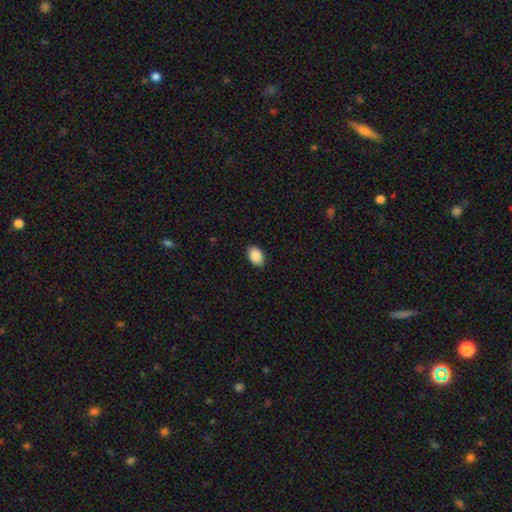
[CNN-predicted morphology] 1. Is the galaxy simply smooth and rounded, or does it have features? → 90% smooth, 7% star or artifact, 3% featured or disk.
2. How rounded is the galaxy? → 82% in between, 17% round, 1% cigar-shaped.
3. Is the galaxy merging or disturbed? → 88% none, 9% minor disturbance, 2% major disturbance, 1% merger.